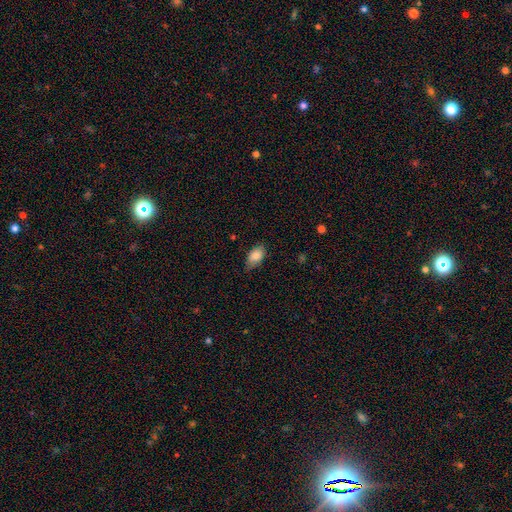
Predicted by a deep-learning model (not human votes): A smooth galaxy with no disk features (85%) that is in between round and cigar-shaped (92%).

Vote fractions:
- Smooth or featured? smooth: 85% / featured or disk: 8% / star or artifact: 7%
- How rounded? in between: 92% / round: 6% / cigar-shaped: 3%
- Merging? none: 73% / minor disturbance: 22% / major disturbance: 4% / merger: 1%